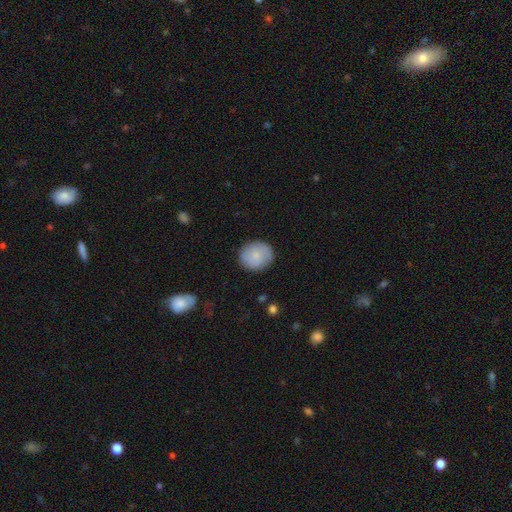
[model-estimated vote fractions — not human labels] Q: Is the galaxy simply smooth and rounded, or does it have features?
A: smooth — 81%.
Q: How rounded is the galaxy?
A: round — 81%.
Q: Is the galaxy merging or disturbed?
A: none — 86%.